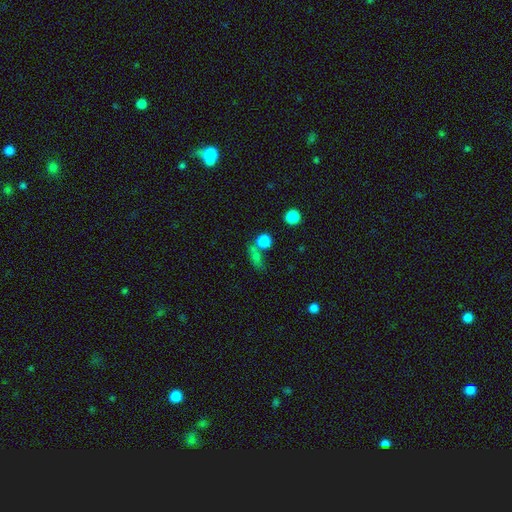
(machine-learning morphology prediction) smooth 75%, star or artifact 15%, featured or disk 10%. Down the decision tree: how rounded — round (55%); merging — none (48%).